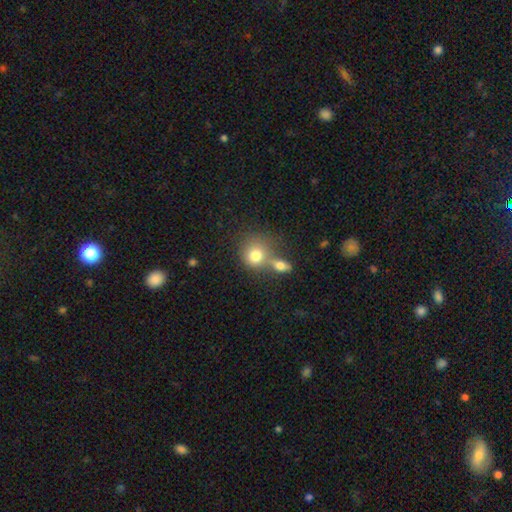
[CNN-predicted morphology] Smooth or featured: smooth — 77% (featured or disk — 13%)
How rounded: round — 78% (in between — 21%)
Merging: merger — 49% (none — 36%)